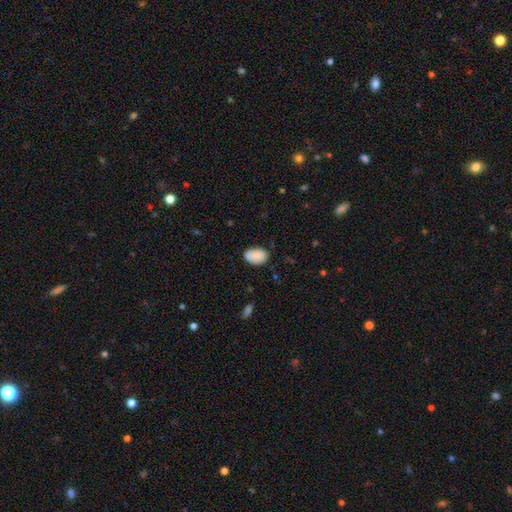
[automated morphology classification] This is clearly a smooth galaxy (86%). How rounded: clearly in between (88%). Merging: likely none (73%).